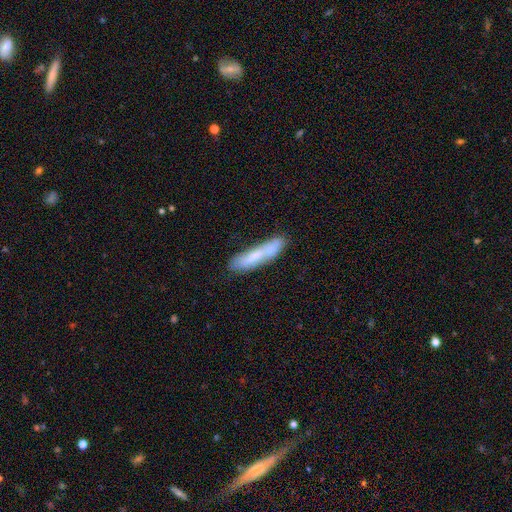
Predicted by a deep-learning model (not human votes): Smooth or featured? Predicted: smooth (p=0.64). How rounded? Predicted: cigar-shaped (p=0.81). Merging? Predicted: none (p=0.63).